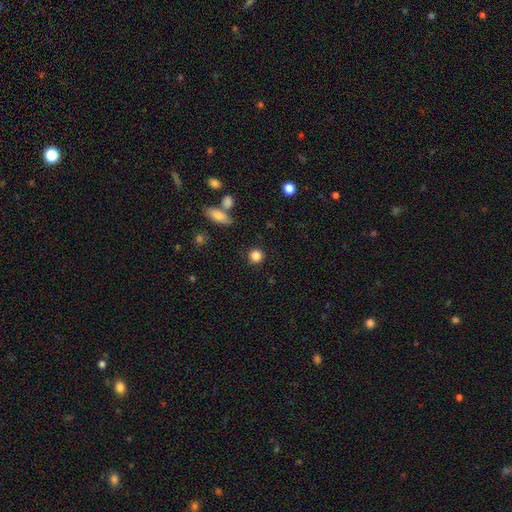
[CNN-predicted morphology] Smooth or featured? Predicted: smooth (p=0.85). How rounded? Predicted: round (p=0.91). Merging? Predicted: none (p=0.88).